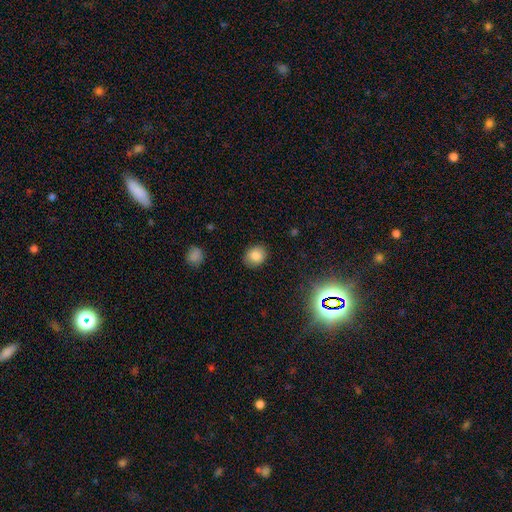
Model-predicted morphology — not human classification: Overall: smooth (84%). How rounded: round (61%; in between 38%). Merging: none (87%).